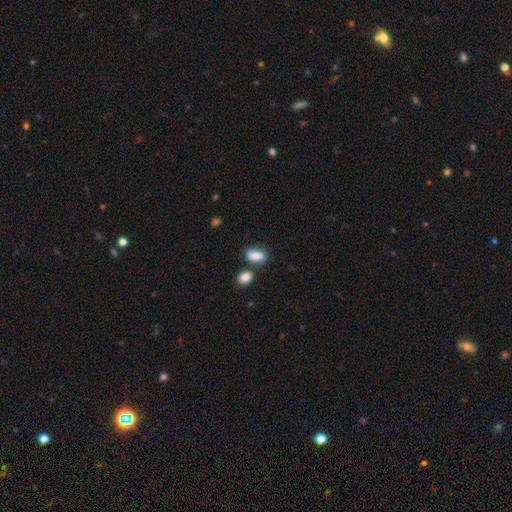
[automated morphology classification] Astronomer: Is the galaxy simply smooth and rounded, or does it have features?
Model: smooth — 81%.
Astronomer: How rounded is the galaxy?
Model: in between — 82%.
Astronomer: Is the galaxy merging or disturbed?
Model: none — 54%.